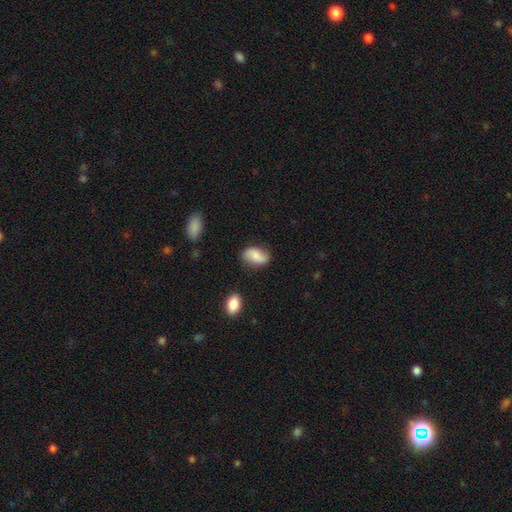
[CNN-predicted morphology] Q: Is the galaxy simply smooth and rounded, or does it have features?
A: smooth — 67%.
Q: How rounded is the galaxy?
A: in between — 90%.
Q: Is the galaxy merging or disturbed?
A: none — 73%.